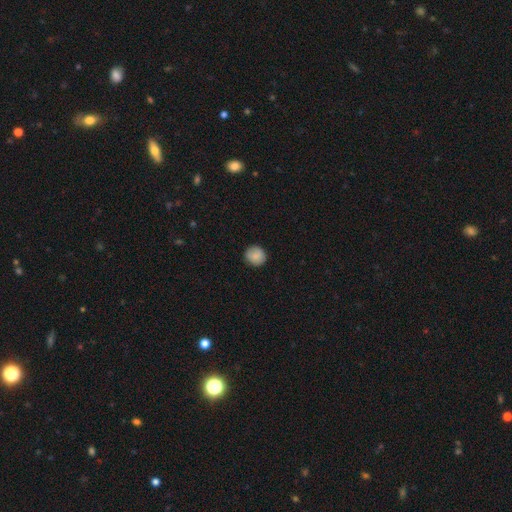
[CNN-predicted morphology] smooth 87%, star or artifact 8%, featured or disk 6%. Down the decision tree: how rounded — round (90%); merging — none (89%).